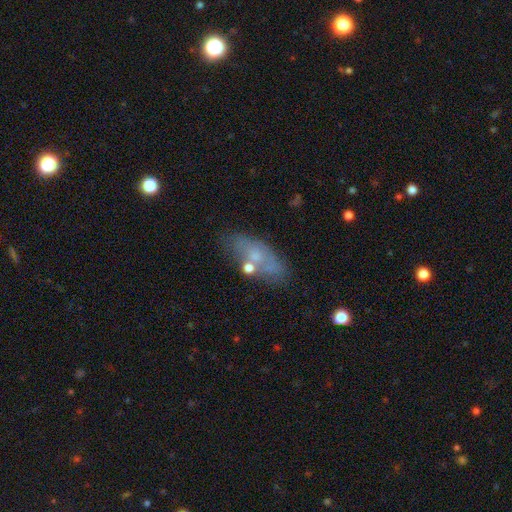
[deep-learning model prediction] This appears to be a smooth galaxy with no disk features (53%) that is in between round and cigar-shaped (80%). Merging: none (61%).